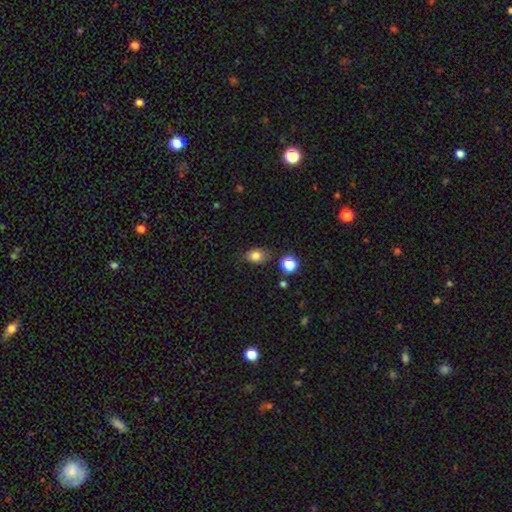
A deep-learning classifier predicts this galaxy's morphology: Smooth or featured? Predicted: smooth (p=0.82). How rounded? Predicted: in between (p=0.69). Merging? Predicted: none (p=0.77).